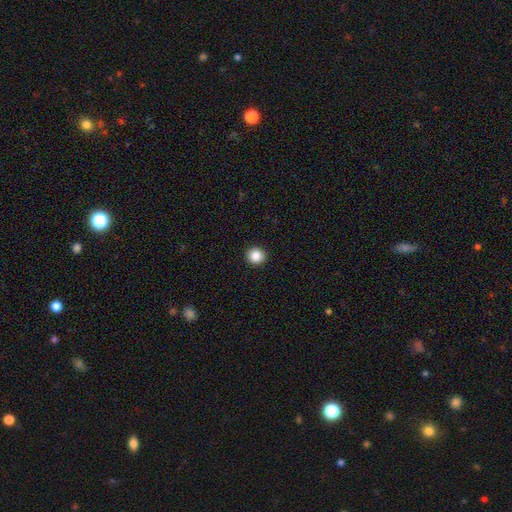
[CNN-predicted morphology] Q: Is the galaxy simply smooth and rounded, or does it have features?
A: smooth — 87%.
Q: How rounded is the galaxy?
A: round — 93%.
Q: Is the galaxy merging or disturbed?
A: none — 93%.